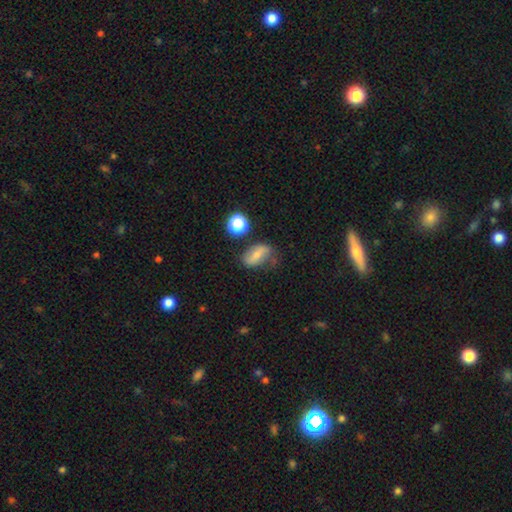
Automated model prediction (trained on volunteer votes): smooth-or-featured: smooth: 49% | featured or disk: 38% | star or artifact: 13%
  merging: none: 56% | minor disturbance: 27% | major disturbance: 12% | merger: 5%